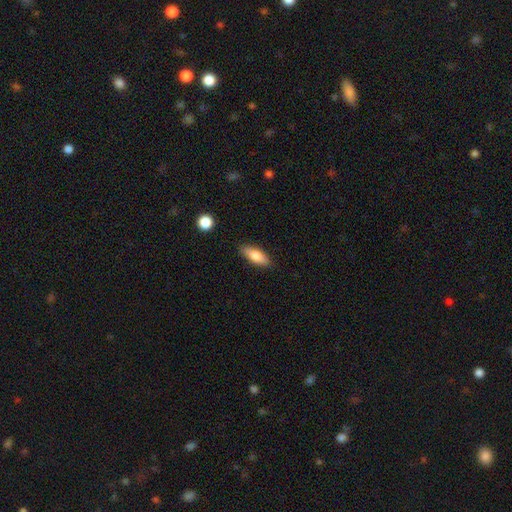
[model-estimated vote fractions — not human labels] Smooth or featured? smooth (78%)
How rounded? in between (70%)
Merging? none (84%)